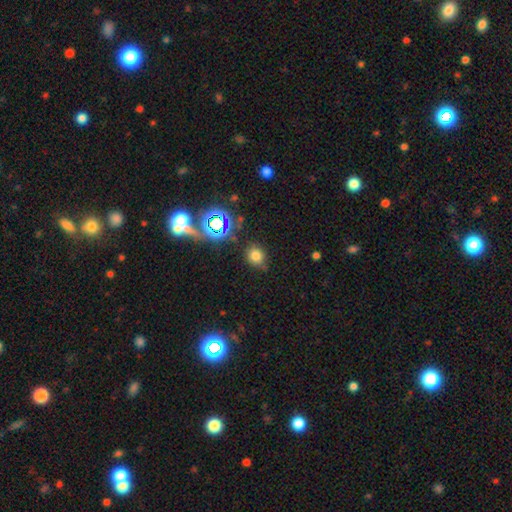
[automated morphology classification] Smooth or featured: smooth — 70% (star or artifact — 22%)
How rounded: round — 79% (in between — 20%)
Merging: none — 79% (minor disturbance — 14%)